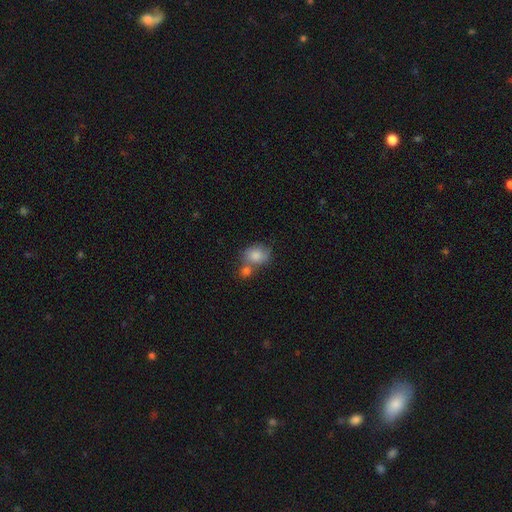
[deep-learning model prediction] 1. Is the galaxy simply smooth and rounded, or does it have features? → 82% smooth, 10% featured or disk, 8% star or artifact.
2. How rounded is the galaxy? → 53% in between, 46% round, 1% cigar-shaped.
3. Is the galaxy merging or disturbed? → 42% merger, 38% none, 14% minor disturbance, 6% major disturbance.